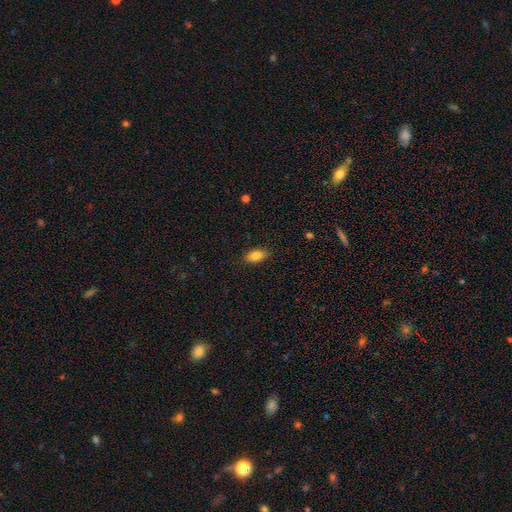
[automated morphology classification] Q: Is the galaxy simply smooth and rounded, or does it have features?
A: smooth — 83%.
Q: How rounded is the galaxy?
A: in between — 87%.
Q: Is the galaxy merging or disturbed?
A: none — 85%.